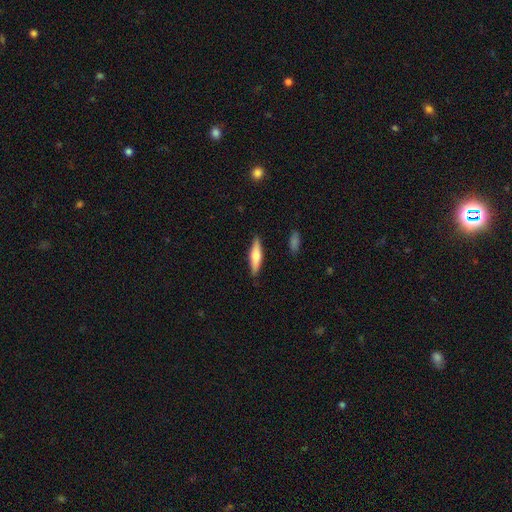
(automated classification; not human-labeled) smooth 55%, featured or disk 39%, star or artifact 6%. Down the decision tree: how rounded — cigar-shaped (73%); merging — none (88%).